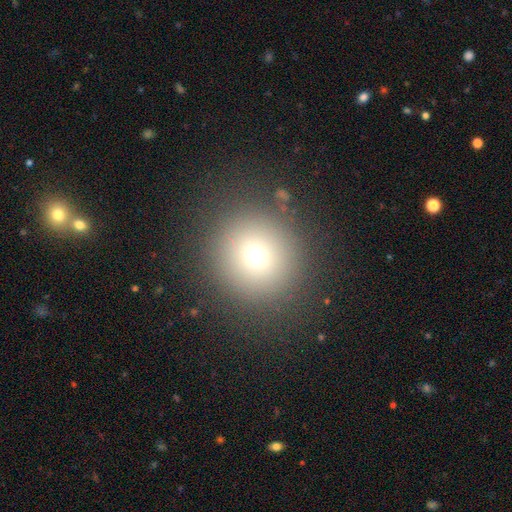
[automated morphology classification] The model was most divided on "smooth or featured": smooth: 72%, star or artifact: 18%, featured or disk: 11%. More confident: how rounded — round (95%); merging — none (88%).